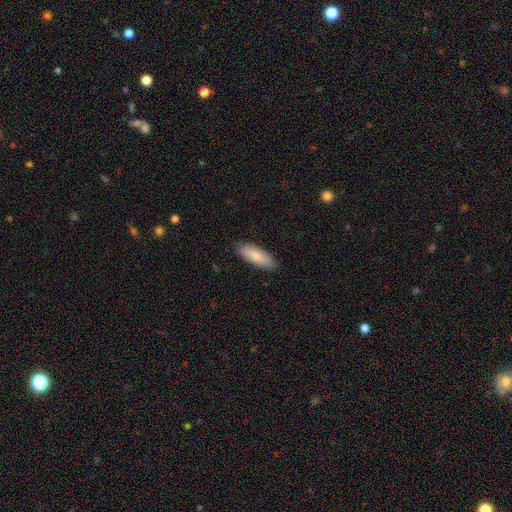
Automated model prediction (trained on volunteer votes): Q: Smooth or featured?
A: smooth (82%); runner-up: featured or disk (12%)
Q: How rounded?
A: in between (71%); runner-up: cigar-shaped (27%)
Q: Merging?
A: none (87%); runner-up: minor disturbance (10%)